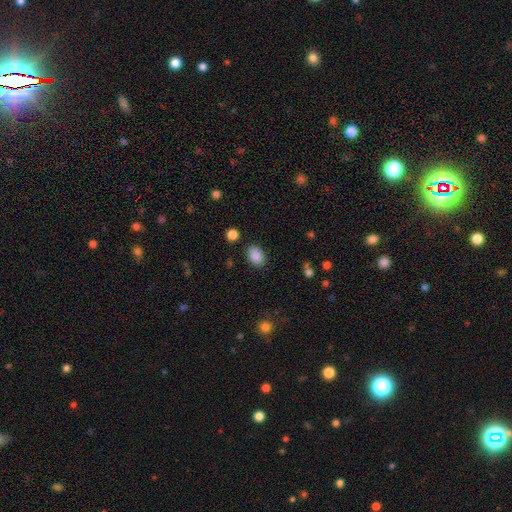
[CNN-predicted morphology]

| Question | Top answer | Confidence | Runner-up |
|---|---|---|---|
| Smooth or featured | smooth | 88% | star or artifact (9%) |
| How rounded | in between | 82% | round (17%) |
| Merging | none | 85% | minor disturbance (10%) |